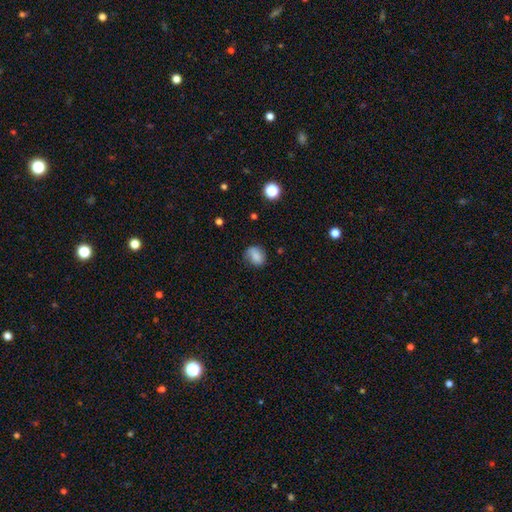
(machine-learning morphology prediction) smooth_or_featured: smooth (p=0.75) [alt: featured or disk p=0.14]
how_rounded: in between (p=0.52) [alt: round p=0.46]
merging: none (p=0.63) [alt: minor disturbance p=0.25]